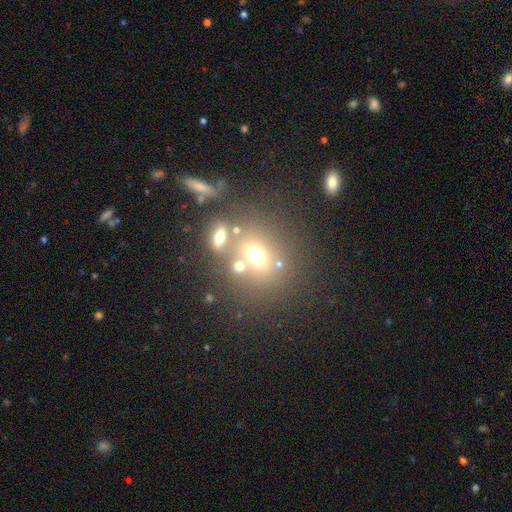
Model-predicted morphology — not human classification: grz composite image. It shows a smooth galaxy with no disk features (61%) that is round (53%). Merging: none (50%).